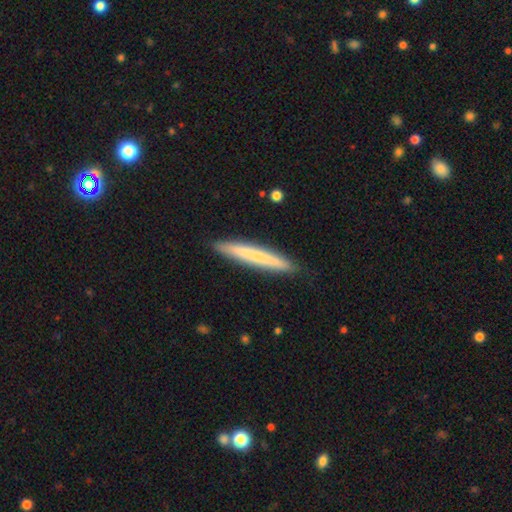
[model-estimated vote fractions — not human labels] smooth_or_featured: smooth (p=0.59) [alt: featured or disk p=0.34]
how_rounded: cigar-shaped (p=0.96) [alt: in between p=0.02]
merging: none (p=0.90) [alt: minor disturbance p=0.07]